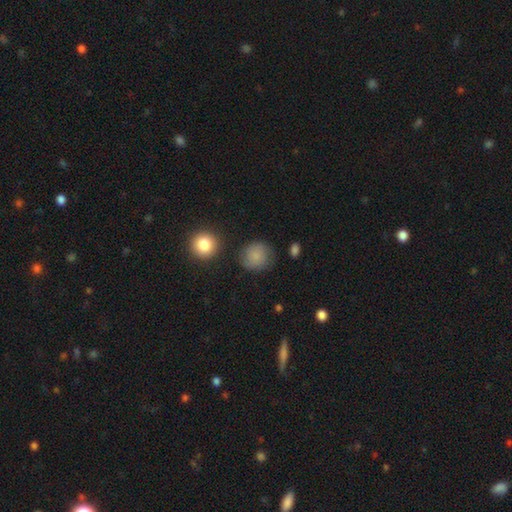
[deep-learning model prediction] smooth-or-featured: smooth: 77% | featured or disk: 14% | star or artifact: 10%
  how-rounded: round: 88% | in between: 11% | cigar-shaped: 1%
  merging: none: 77% | minor disturbance: 15% | major disturbance: 5% | merger: 2%